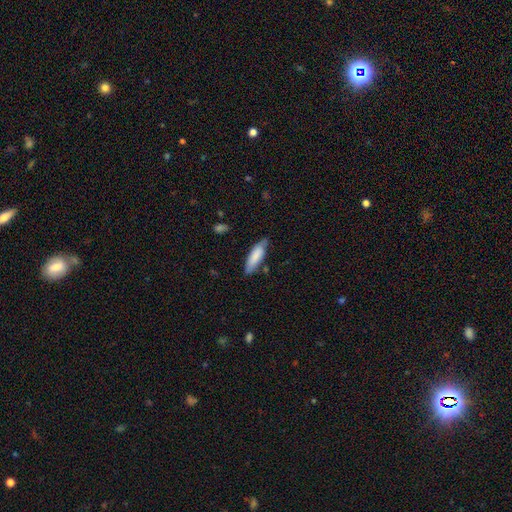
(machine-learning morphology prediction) Smooth or featured?
  - smooth: 79% *
  - featured or disk: 16%
  - star or artifact: 6%
How rounded?
  - in between: 51% *
  - cigar-shaped: 48%
  - round: 1%
Merging?
  - none: 68% *
  - minor disturbance: 25%
  - major disturbance: 5%
  - merger: 2%